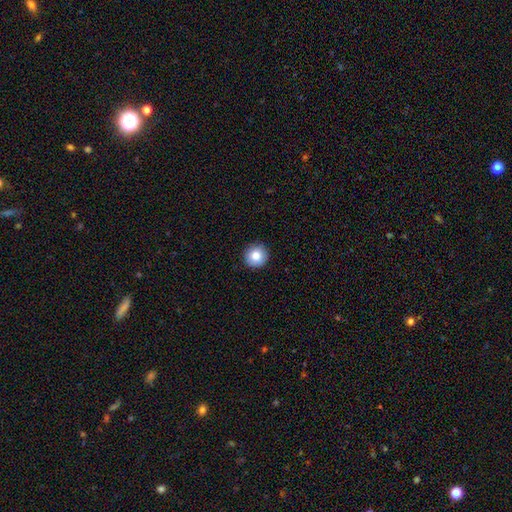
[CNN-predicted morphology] This is clearly a smooth galaxy (81%). How rounded: clearly round (95%). Merging: clearly none (92%).